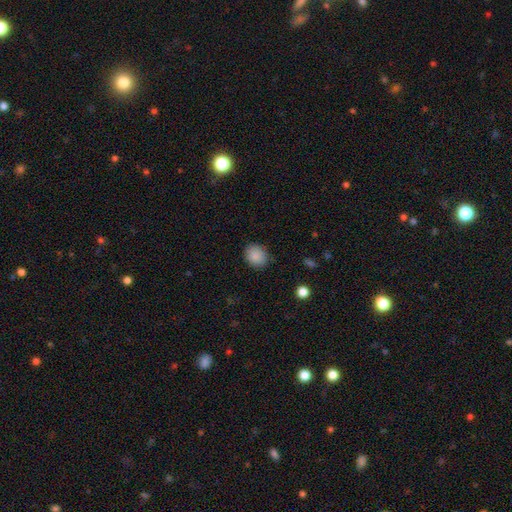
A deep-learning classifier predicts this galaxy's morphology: Overall: smooth (88%). How rounded: round (63%; in between 36%). Merging: none (86%).